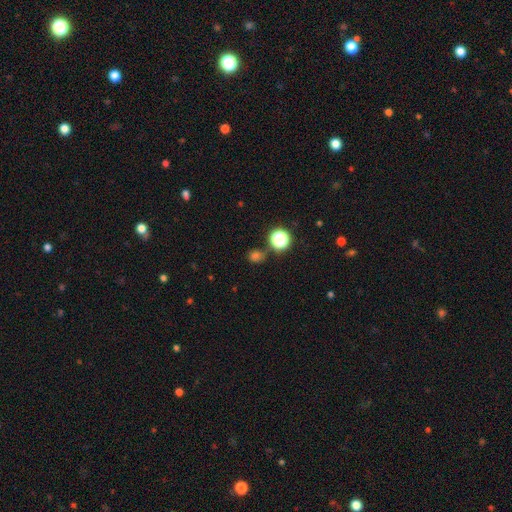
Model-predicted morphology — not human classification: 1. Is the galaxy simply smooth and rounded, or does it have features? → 65% smooth, 29% star or artifact, 6% featured or disk.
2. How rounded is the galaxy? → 80% round, 19% in between, 1% cigar-shaped.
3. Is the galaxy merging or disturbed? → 78% none, 11% minor disturbance, 7% merger, 4% major disturbance.